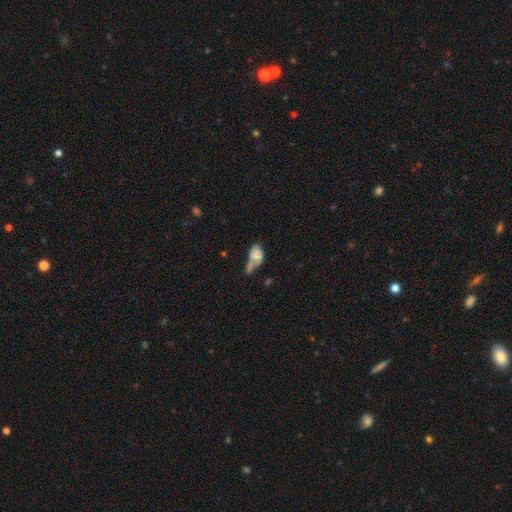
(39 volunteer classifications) Morphology: type=smooth (77%); roundness=in between (83%); merging=merger (51%).